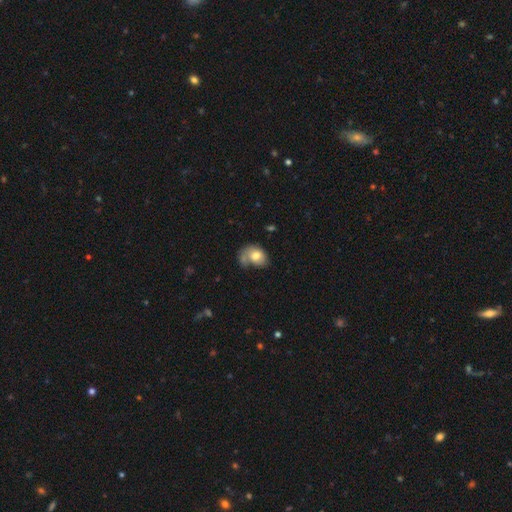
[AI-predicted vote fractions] The model was most divided on "merging": none: 31%, major disturbance: 25%, minor disturbance: 24%, merger: 21%. More confident: how rounded — in between (68%); smooth or featured — smooth (67%).